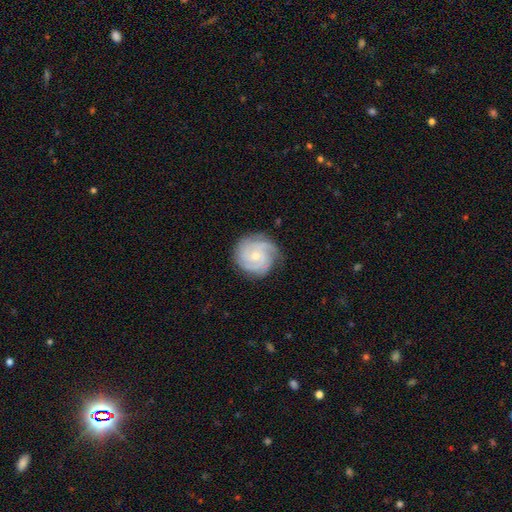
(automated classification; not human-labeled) This is clearly a featured or disk galaxy (85%). It is clearly not viewed edge-on (98%). Bar: likely no (70%). Spiral arm pattern: clearly yes (97%). Spiral arm count: possibly 3 (48%). Spiral winding: likely tight (71%). Central bulge: possibly small (58%). Merging: clearly none (80%).